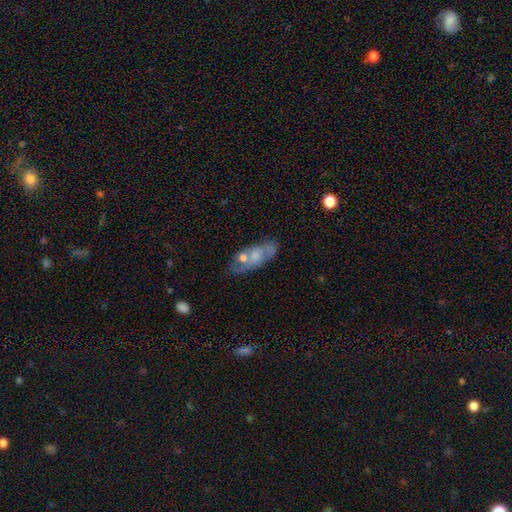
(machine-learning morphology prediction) smooth-or-featured: featured or disk: 47% | smooth: 46% | star or artifact: 7%
  merging: none: 54% | minor disturbance: 20% | merger: 17% | major disturbance: 8%